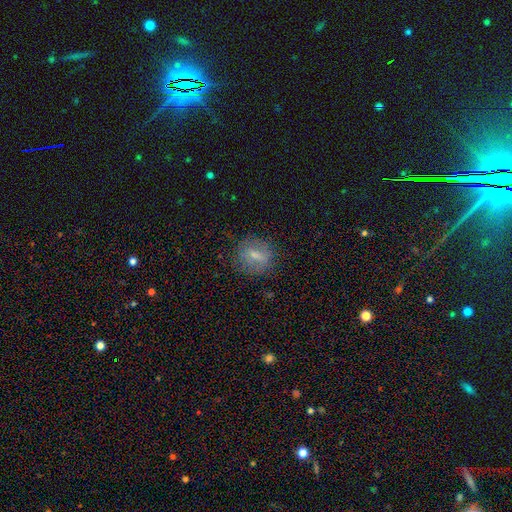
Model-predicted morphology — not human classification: Overall: smooth (60%; featured or disk 29%). How rounded: round (68%; in between 29%). Merging: none (78%).